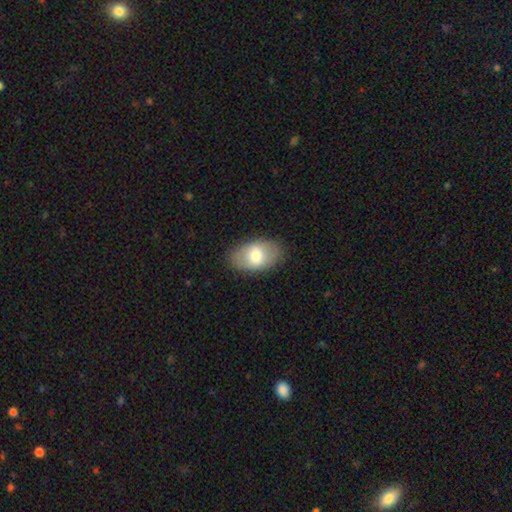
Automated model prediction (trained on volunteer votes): This appears to be a smooth galaxy with no disk features (68%) that is in between round and cigar-shaped (91%). Merging: none (84%).